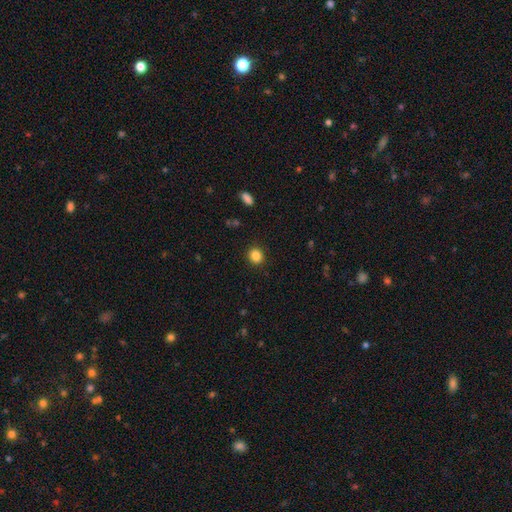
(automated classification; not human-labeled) The model was most divided on "how rounded": round: 85%, in between: 14%, cigar-shaped: 1%. More confident: merging — none (91%); smooth or featured — smooth (85%).